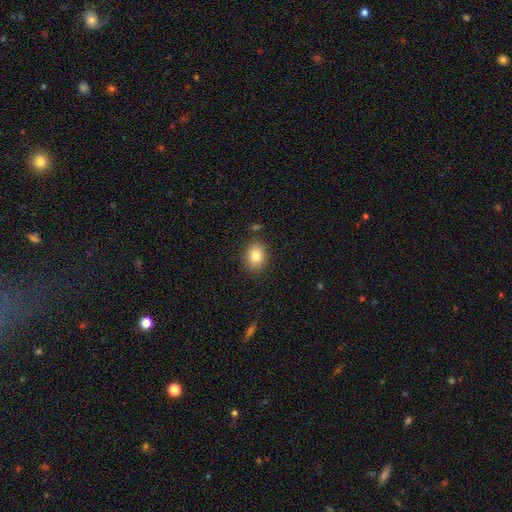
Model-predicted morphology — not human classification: This appears to be a smooth galaxy with no disk features (83%) that is in between round and cigar-shaped (59%). Merging: none (86%).